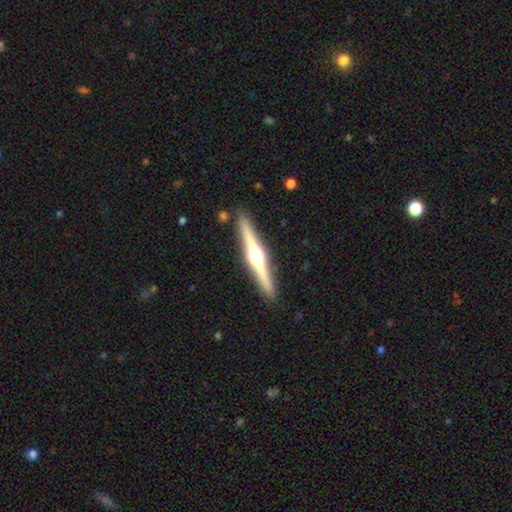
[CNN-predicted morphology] This appears to be a featured or disk galaxy (76%) viewed edge-on (98%) with a rounded central bulge (94%). Merging: none (90%).